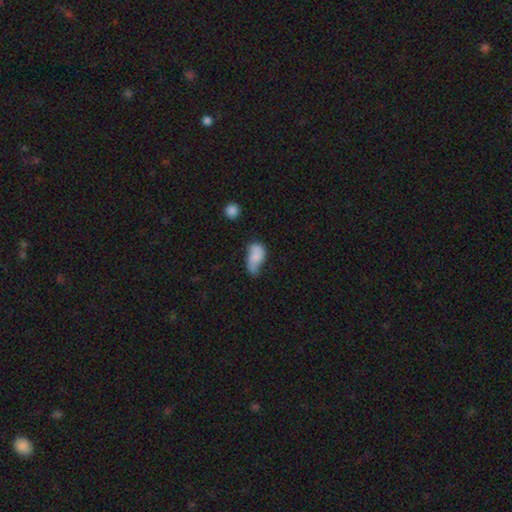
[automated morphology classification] A smooth galaxy with no disk features (73%) that is in between round and cigar-shaped (89%).

Vote fractions:
- Smooth or featured? smooth: 73% / featured or disk: 18% / star or artifact: 9%
- How rounded? in between: 89% / cigar-shaped: 6% / round: 5%
- Merging? minor disturbance: 41% / none: 28% / major disturbance: 22% / merger: 10%